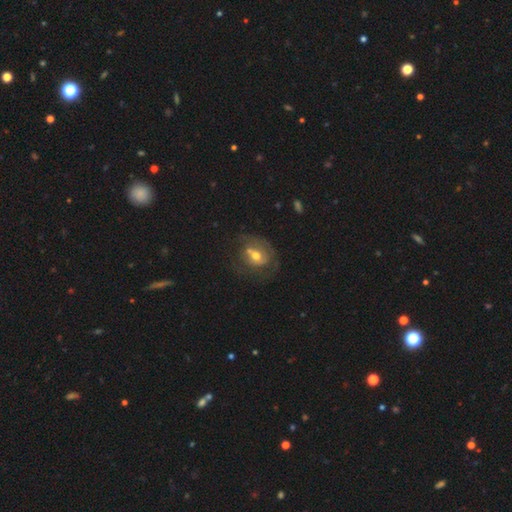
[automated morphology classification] Smooth or featured: featured or disk — 53% (smooth — 39%)
Edge-on disk: no — 96% (yes — 4%)
Bar: no — 65% (weak — 27%)
Spiral arms: no — 54% (yes — 46%)
Bulge size: moderate — 71% (small — 18%)
Merging: none — 41% (minor disturbance — 22%)